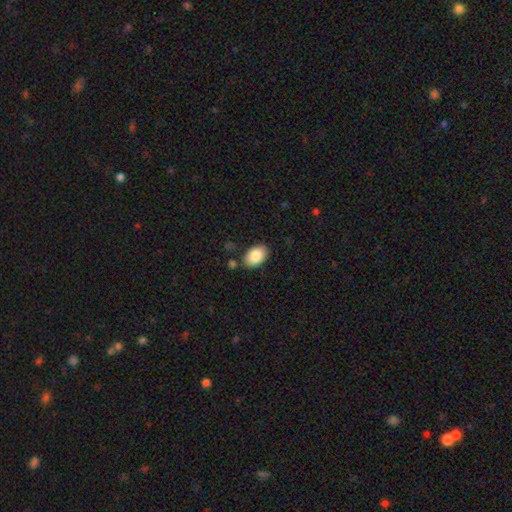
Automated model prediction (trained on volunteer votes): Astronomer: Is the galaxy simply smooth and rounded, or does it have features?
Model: smooth — 85%.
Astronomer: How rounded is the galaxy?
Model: in between — 90%.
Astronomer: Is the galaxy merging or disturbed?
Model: none — 83%.